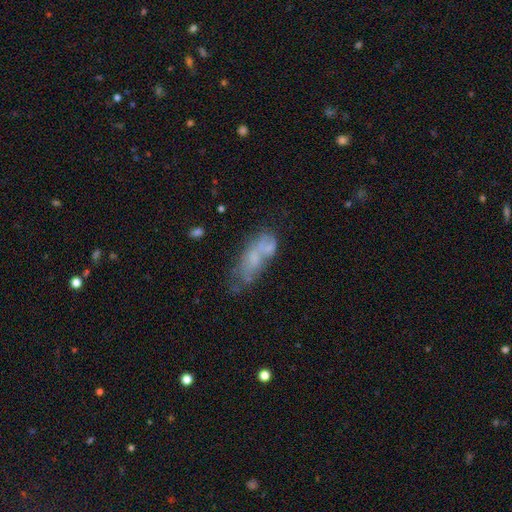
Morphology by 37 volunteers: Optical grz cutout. It shows a smooth galaxy with no disk features (51%) that is in between round and cigar-shaped (79%). Merging: merger (39%).